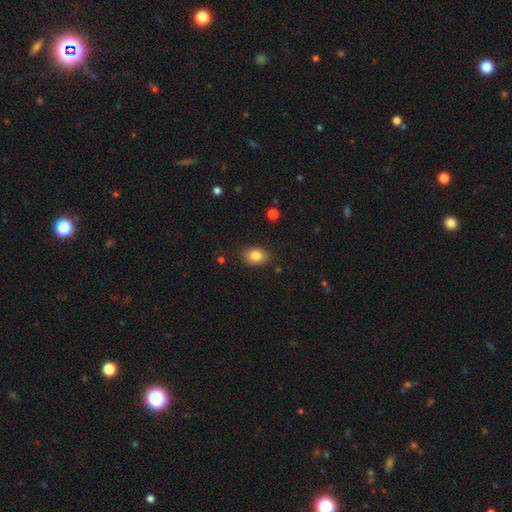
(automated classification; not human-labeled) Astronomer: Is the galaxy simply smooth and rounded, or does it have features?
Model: smooth — 82%.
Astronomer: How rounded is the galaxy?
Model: in between — 78%.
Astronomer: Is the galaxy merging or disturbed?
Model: none — 86%.